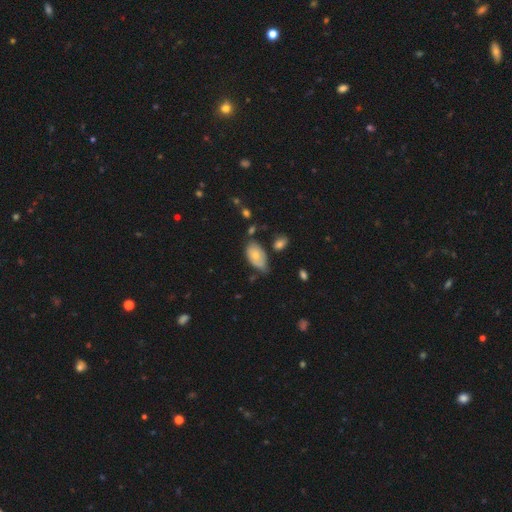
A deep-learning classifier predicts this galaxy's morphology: This appears to be a smooth galaxy with no disk features (68%) that is in between round and cigar-shaped (93%). Merging: none (46%).